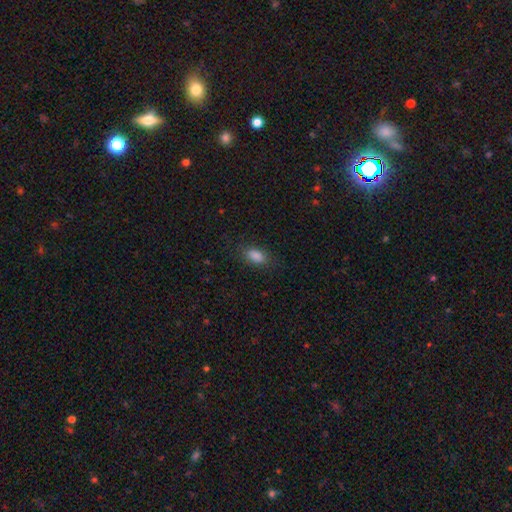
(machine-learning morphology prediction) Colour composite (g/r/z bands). It shows a smooth galaxy with no disk features (86%) that is in between round and cigar-shaped (89%). Merging: none (83%).